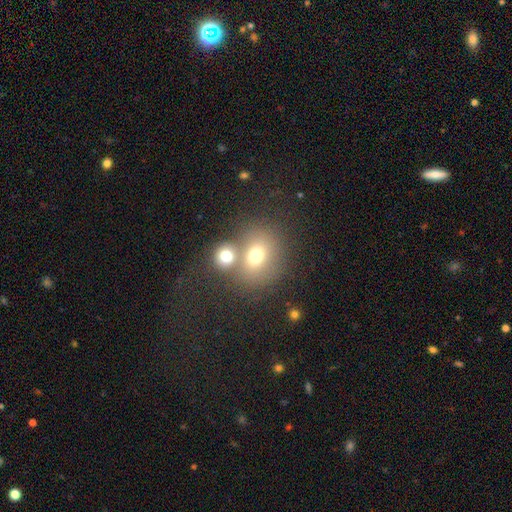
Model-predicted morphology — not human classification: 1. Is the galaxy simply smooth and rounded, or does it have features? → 71% smooth, 15% featured or disk, 14% star or artifact.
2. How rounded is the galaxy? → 65% round, 34% in between, 1% cigar-shaped.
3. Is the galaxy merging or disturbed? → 44% none, 41% merger, 9% minor disturbance, 5% major disturbance.